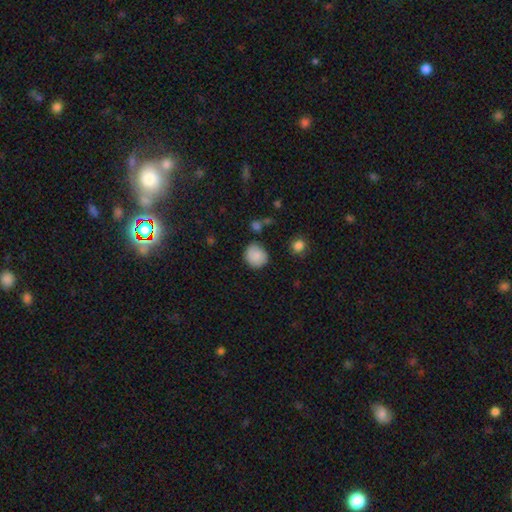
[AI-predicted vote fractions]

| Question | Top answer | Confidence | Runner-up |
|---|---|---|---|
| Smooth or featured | smooth | 86% | star or artifact (9%) |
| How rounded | round | 83% | in between (16%) |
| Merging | none | 76% | minor disturbance (16%) |